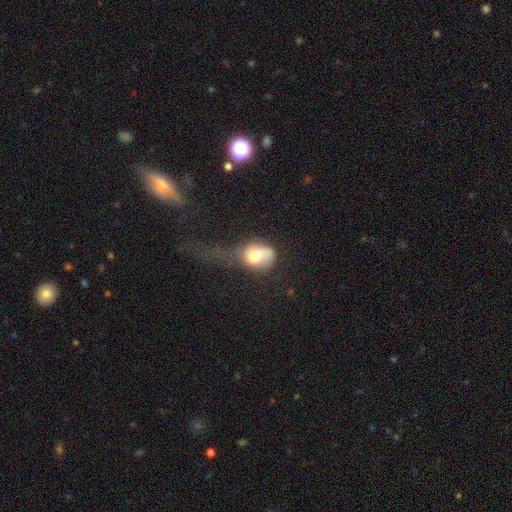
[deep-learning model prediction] A smooth galaxy with no disk features (69%) that is in between round and cigar-shaped (58%). Merging: major disturbance (51%).